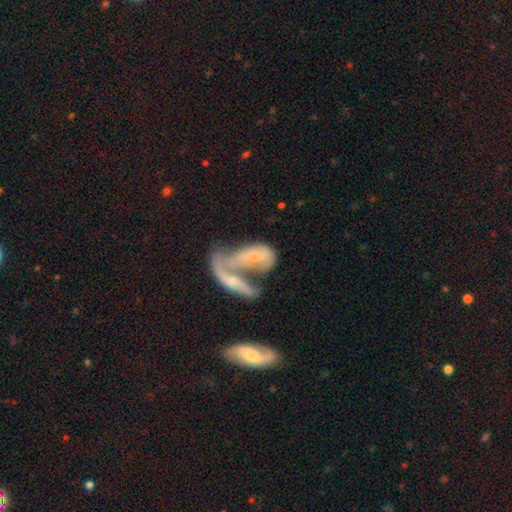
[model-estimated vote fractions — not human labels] This is possibly a featured or disk galaxy (51%). It is clearly not viewed edge-on (90%). Merging: likely merger (65%).